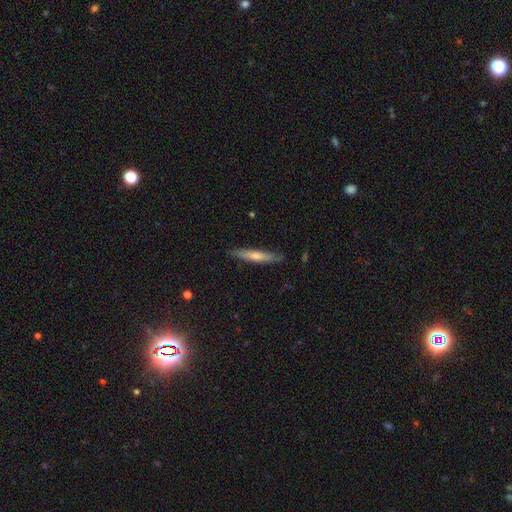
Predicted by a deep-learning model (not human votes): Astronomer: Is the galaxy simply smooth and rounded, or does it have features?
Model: smooth — 48% (runner-up: featured or disk, 46%).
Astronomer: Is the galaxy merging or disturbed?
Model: none — 87%.